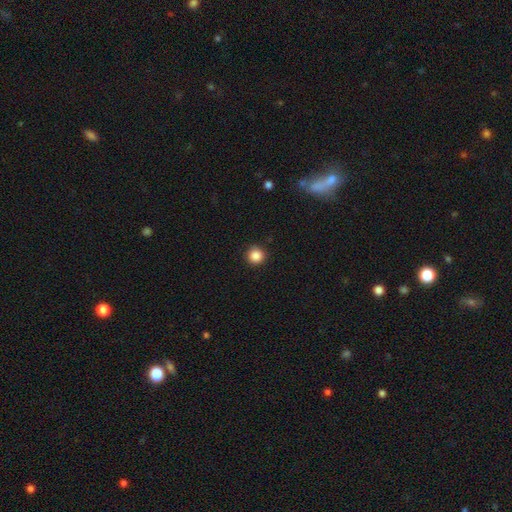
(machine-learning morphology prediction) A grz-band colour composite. It shows a smooth galaxy with no disk features (87%) that is round (94%). Merging: none (91%).